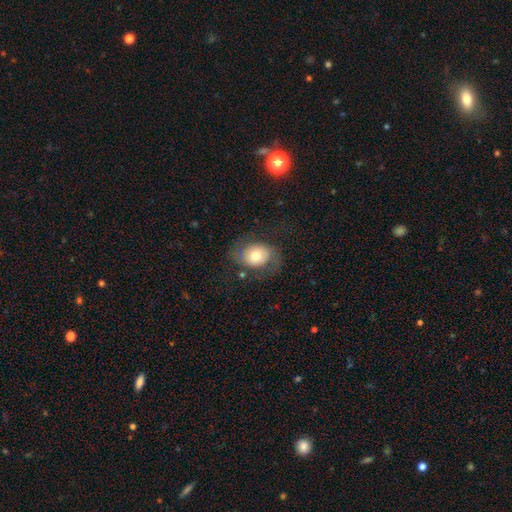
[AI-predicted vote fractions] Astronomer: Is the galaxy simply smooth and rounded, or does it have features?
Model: smooth — 65%.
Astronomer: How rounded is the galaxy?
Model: in between — 64%.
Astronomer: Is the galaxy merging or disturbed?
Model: none — 58%.